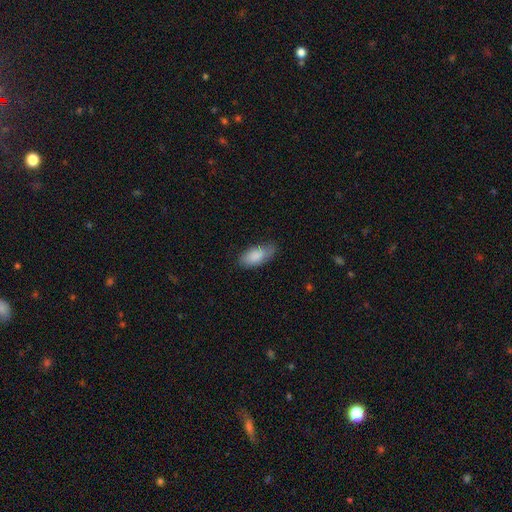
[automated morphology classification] Smooth or featured? smooth (85%)
How rounded? in between (90%)
Merging? none (67%)